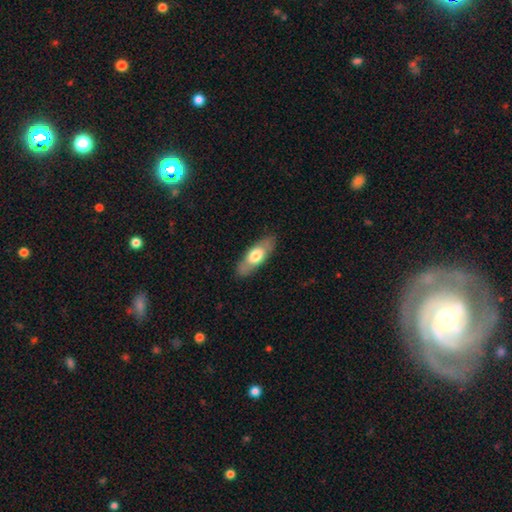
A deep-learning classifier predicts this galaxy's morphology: Overall: smooth (60%; featured or disk 35%). How rounded: in between (68%; cigar-shaped 29%). Merging: none (84%).